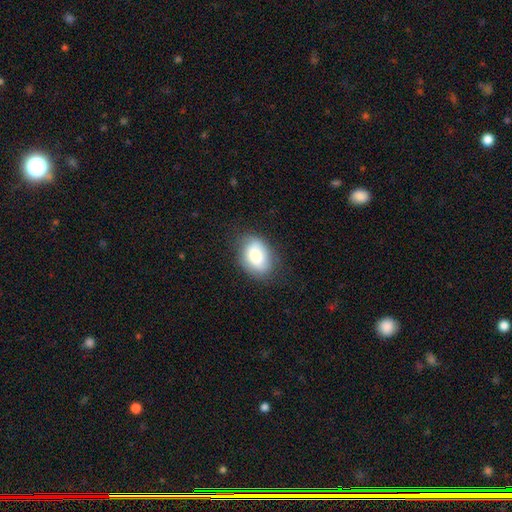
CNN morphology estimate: Smooth or featured? Predicted: smooth (p=0.78). How rounded? Predicted: in between (p=0.79). Merging? Predicted: none (p=0.76).